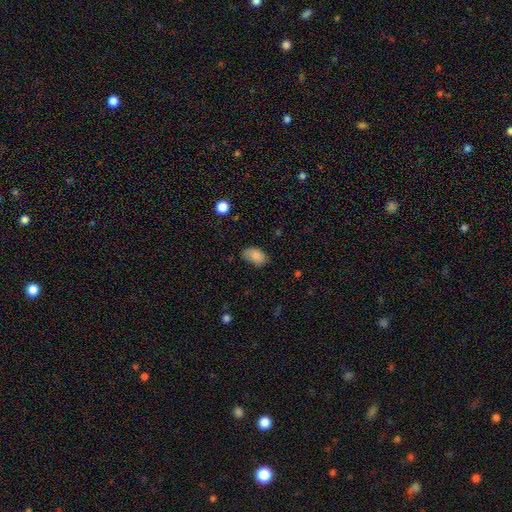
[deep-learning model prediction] A smooth galaxy with no disk features (86%) that is in between round and cigar-shaped (90%).

Vote fractions:
- Smooth or featured? smooth: 86% / star or artifact: 8% / featured or disk: 6%
- How rounded? in between: 90% / round: 9% / cigar-shaped: 1%
- Merging? none: 68% / minor disturbance: 25% / major disturbance: 5% / merger: 1%